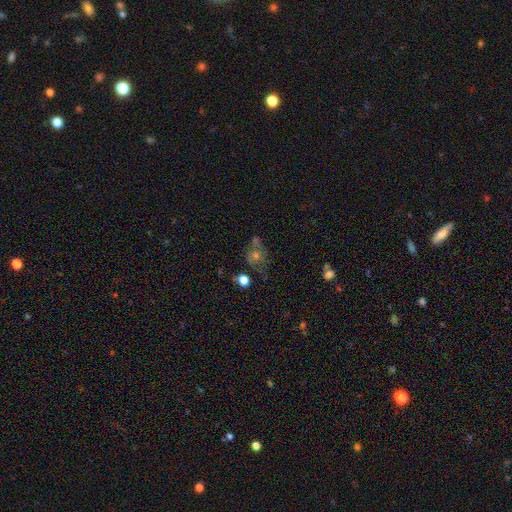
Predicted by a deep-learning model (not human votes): Morphology: type=smooth (39%); merging=none (49%).